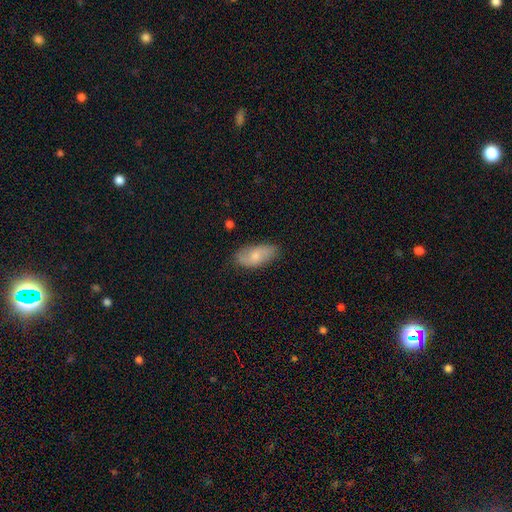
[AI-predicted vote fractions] Morphology: type=smooth (64%); roundness=in between (90%); merging=none (79%).